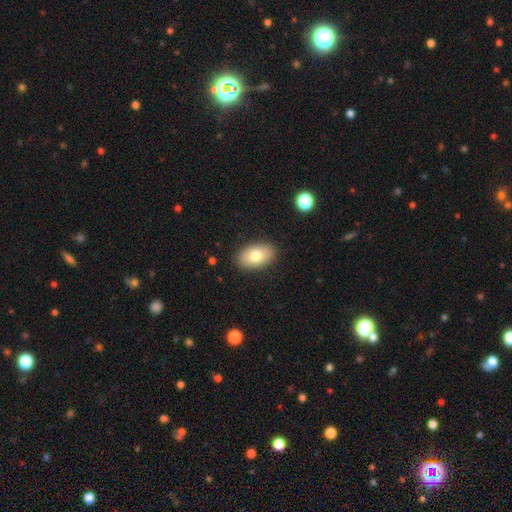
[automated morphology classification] Smooth or featured: smooth — 77% (featured or disk — 15%)
How rounded: in between — 91% (round — 7%)
Merging: none — 88% (minor disturbance — 9%)